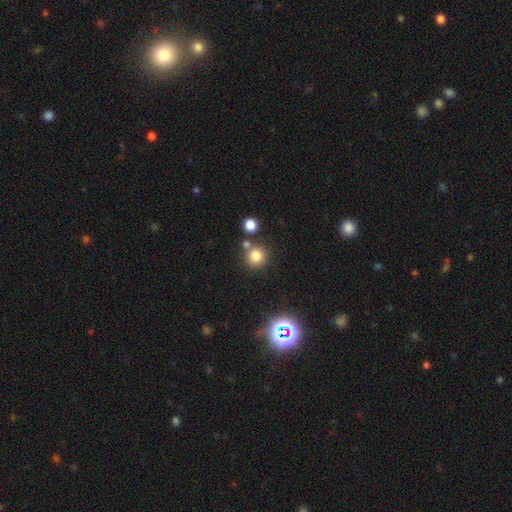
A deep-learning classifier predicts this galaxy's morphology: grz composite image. It shows a smooth galaxy with no disk features (80%) that is round (92%). Merging: none (71%).